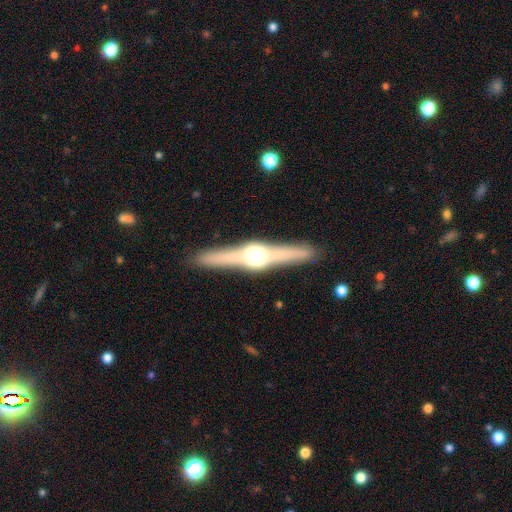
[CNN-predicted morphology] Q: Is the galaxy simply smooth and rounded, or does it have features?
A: featured or disk — 77%.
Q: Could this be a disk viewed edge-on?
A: yes — 97%.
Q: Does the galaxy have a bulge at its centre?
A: rounded — 93%.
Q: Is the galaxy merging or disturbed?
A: none — 90%.